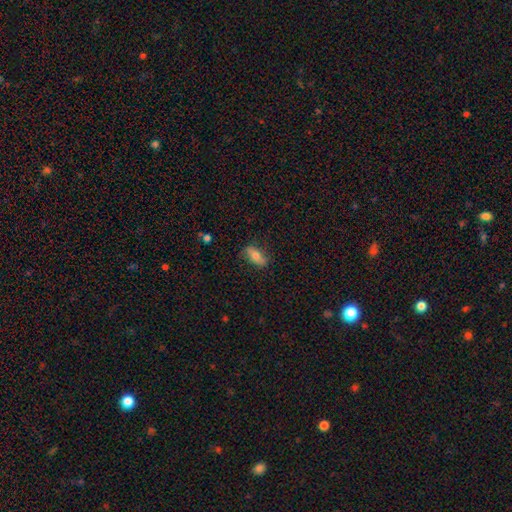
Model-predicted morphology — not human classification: smooth-or-featured: smooth: 68% | featured or disk: 25% | star or artifact: 7%
  how-rounded: in between: 79% | cigar-shaped: 17% | round: 4%
  merging: none: 80% | minor disturbance: 16% | major disturbance: 4% | merger: 1%